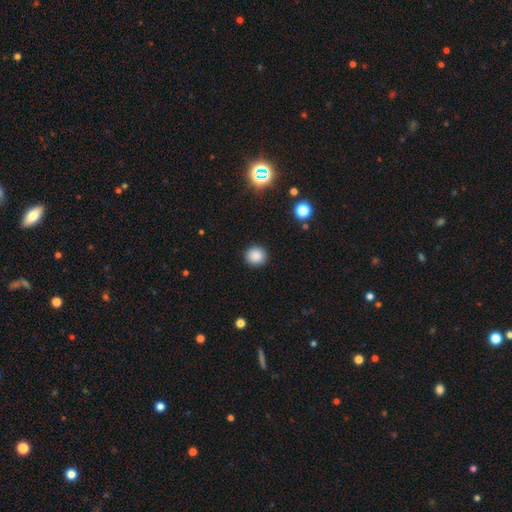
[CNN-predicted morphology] A smooth galaxy with no disk features (86%) that is round (92%).

Vote fractions:
- Smooth or featured? smooth: 86% / star or artifact: 10% / featured or disk: 3%
- How rounded? round: 92% / in between: 7% / cigar-shaped: 1%
- Merging? none: 91% / minor disturbance: 6% / major disturbance: 2% / merger: 1%